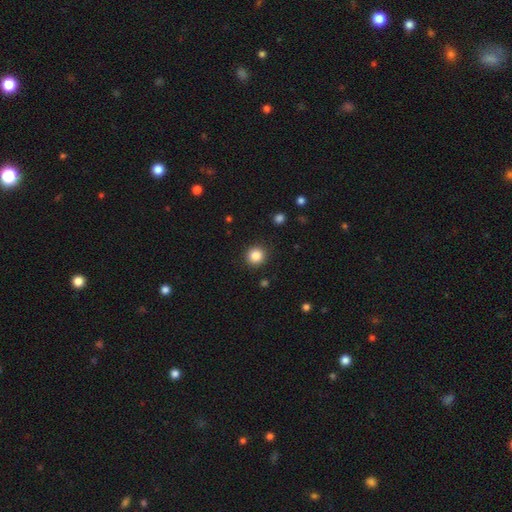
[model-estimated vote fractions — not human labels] Smooth or featured?
  - smooth: 85% *
  - star or artifact: 10%
  - featured or disk: 4%
How rounded?
  - round: 92% *
  - in between: 7%
  - cigar-shaped: 1%
Merging?
  - none: 91% *
  - minor disturbance: 6%
  - major disturbance: 2%
  - merger: 1%